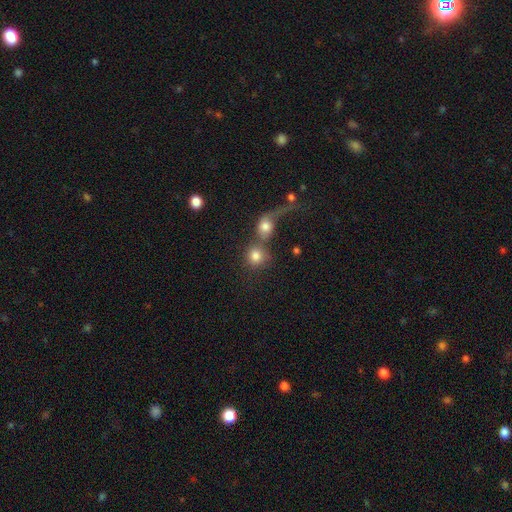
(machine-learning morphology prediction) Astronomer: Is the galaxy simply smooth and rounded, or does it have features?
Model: smooth — 79%.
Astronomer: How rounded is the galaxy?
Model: round — 84%.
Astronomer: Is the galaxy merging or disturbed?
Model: merger — 53% (runner-up: none, 32%).